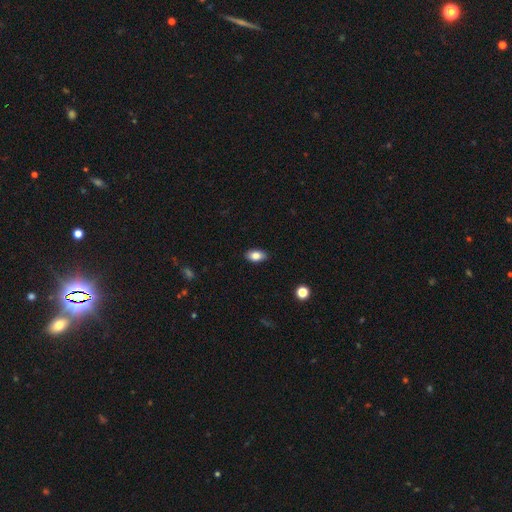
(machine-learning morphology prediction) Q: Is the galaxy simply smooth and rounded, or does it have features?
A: smooth — 83%.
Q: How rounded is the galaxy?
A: in between — 90%.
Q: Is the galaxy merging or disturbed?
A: none — 88%.